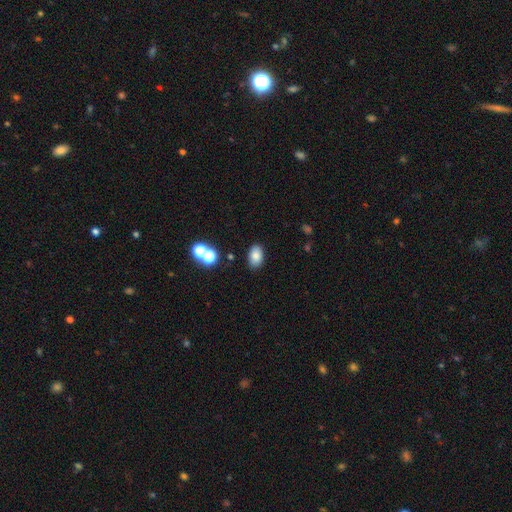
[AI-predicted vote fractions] This is clearly a smooth galaxy (80%). How rounded: clearly in between (90%). Merging: clearly none (84%).